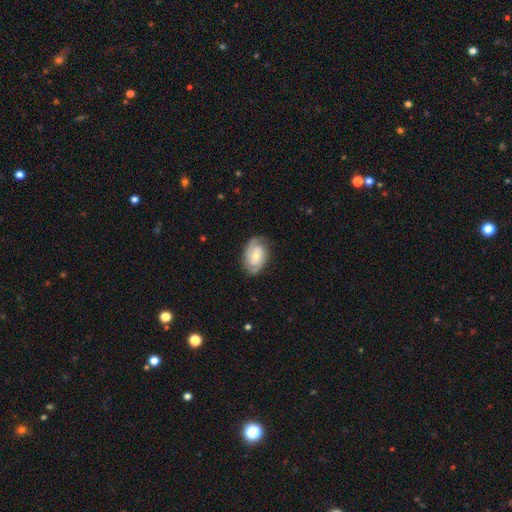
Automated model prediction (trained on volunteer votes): Overall: featured or disk (80%). Edge-on disk: no (96%). Bar: no (56%; weak 37%). Spiral arms: yes (94%). Spiral arm count: 2 (69%). Spiral winding: tight (57%; medium 34%). Bulge size: moderate (63%; small 32%). Merging: none (78%).